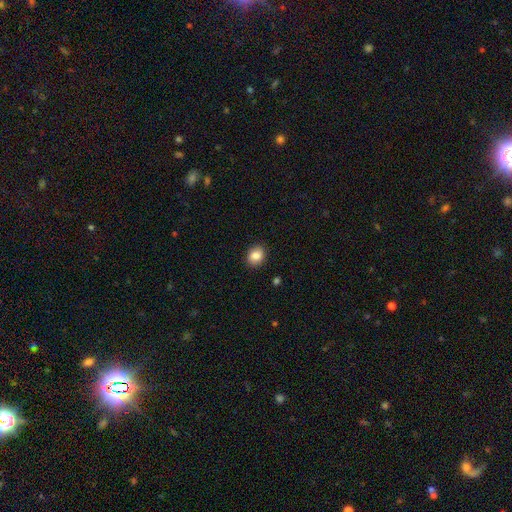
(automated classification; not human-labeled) Overall: smooth (86%). How rounded: round (58%; in between 41%). Merging: none (90%).